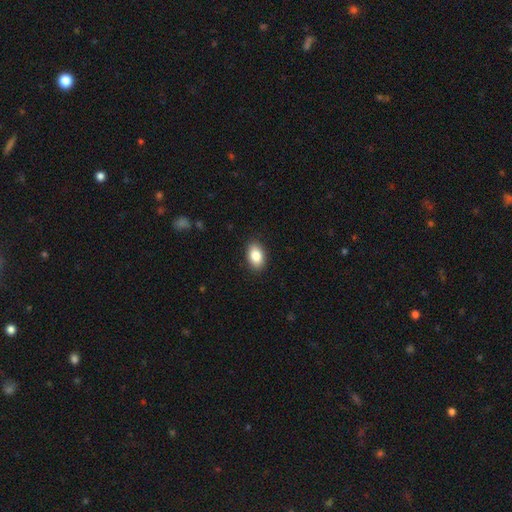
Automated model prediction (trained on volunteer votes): This is clearly a smooth galaxy (86%). How rounded: clearly in between (89%). Merging: clearly none (89%).